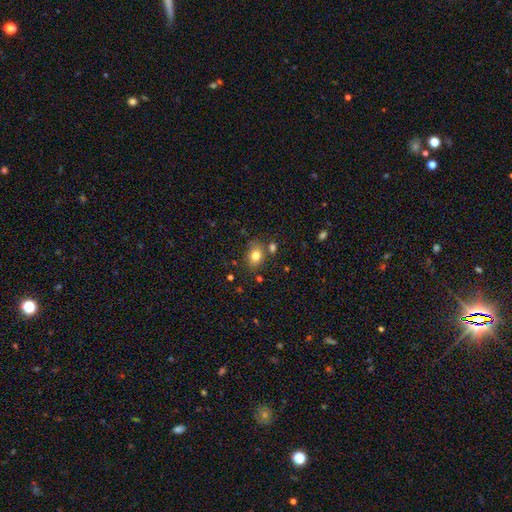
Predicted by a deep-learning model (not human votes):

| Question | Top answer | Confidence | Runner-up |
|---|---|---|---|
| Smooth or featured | smooth | 79% | star or artifact (11%) |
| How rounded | in between | 63% | round (36%) |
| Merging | none | 72% | minor disturbance (14%) |